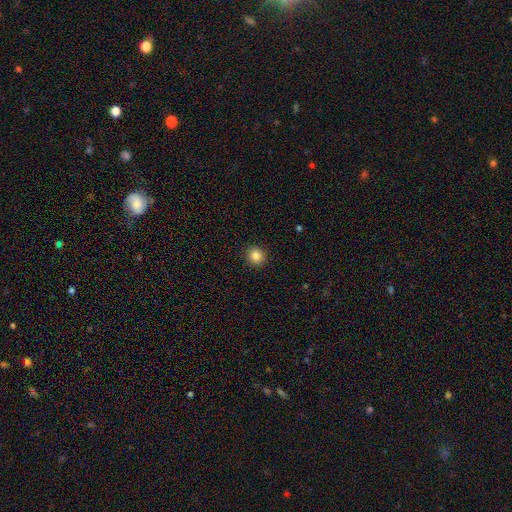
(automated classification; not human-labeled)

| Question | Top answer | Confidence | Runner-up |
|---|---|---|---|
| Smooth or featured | smooth | 85% | star or artifact (11%) |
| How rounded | round | 91% | in between (9%) |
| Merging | none | 92% | minor disturbance (5%) |